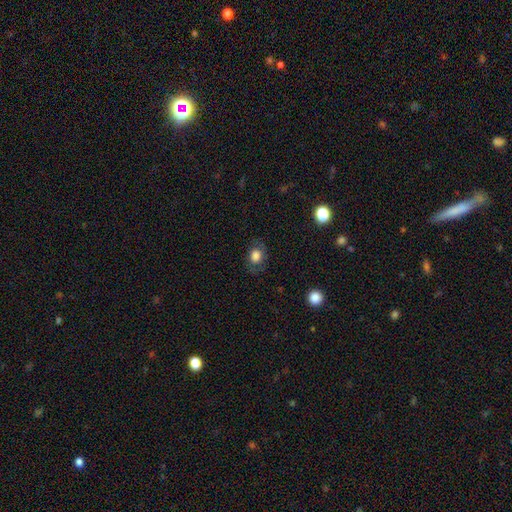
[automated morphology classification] A smooth galaxy with no disk features (74%) that is in between round and cigar-shaped (54%).

Vote fractions:
- Smooth or featured? smooth: 74% / featured or disk: 15% / star or artifact: 10%
- How rounded? in between: 54% / round: 45% / cigar-shaped: 1%
- Merging? none: 76% / minor disturbance: 16% / major disturbance: 7% / merger: 1%